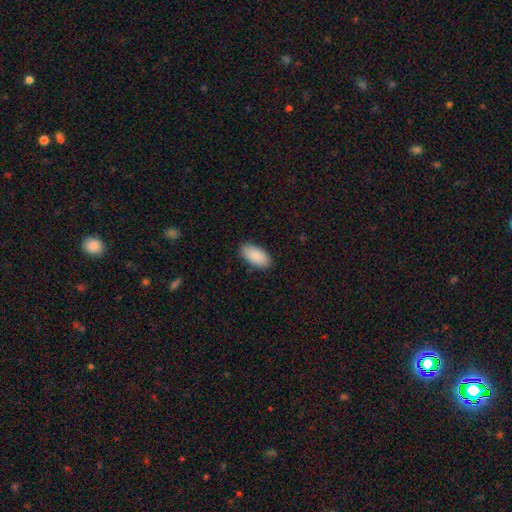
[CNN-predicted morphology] Smooth or featured? Predicted: smooth (p=0.89). How rounded? Predicted: in between (p=0.94). Merging? Predicted: none (p=0.88).